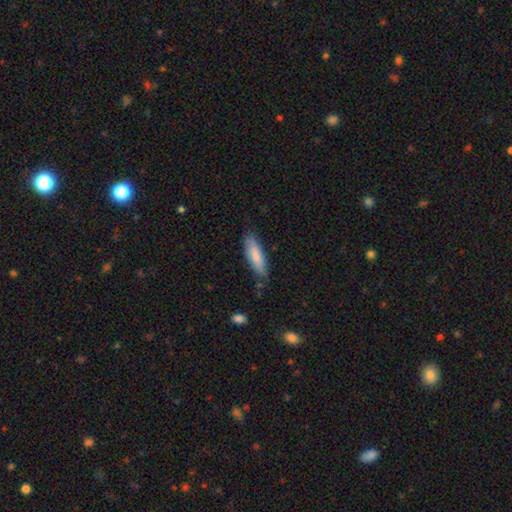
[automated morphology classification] Smooth or featured? Predicted: smooth (p=0.80). How rounded? Predicted: cigar-shaped (p=0.57). Merging? Predicted: none (p=0.78).